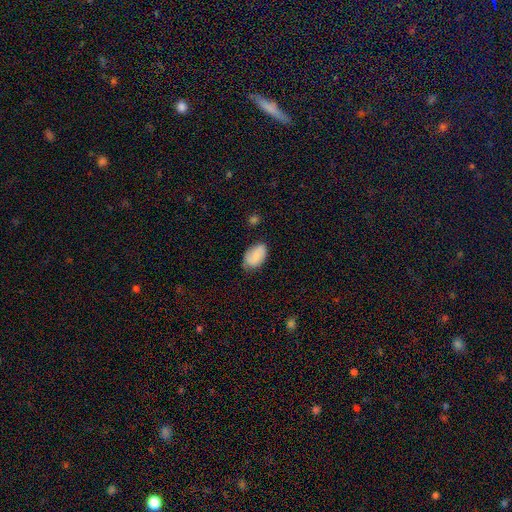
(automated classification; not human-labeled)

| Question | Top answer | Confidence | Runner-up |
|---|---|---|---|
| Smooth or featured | smooth | 78% | featured or disk (15%) |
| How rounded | in between | 91% | round (8%) |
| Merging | none | 68% | minor disturbance (25%) |